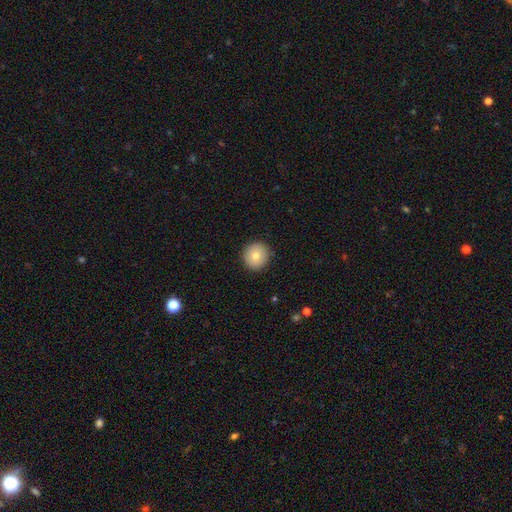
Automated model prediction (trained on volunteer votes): A smooth galaxy with no disk features (78%) that is round (94%).

Vote fractions:
- Smooth or featured? smooth: 78% / featured or disk: 14% / star or artifact: 9%
- How rounded? round: 94% / in between: 5% / cigar-shaped: 1%
- Merging? none: 91% / minor disturbance: 7% / major disturbance: 2% / merger: 1%